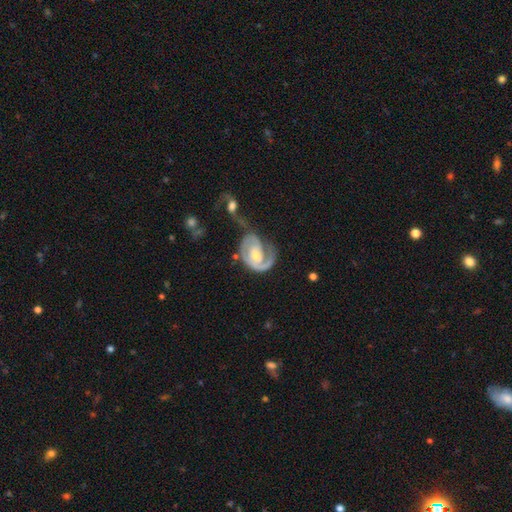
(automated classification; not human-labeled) Overall: featured or disk (85%). Edge-on disk: no (98%). Bar: no (60%; weak 32%). Spiral arms: yes (93%). Spiral arm count: 1 (48%; 2 39%). Spiral winding: tight (49%; medium 35%). Bulge size: moderate (48%; small 44%). Merging: none (34%; major disturbance 30%).